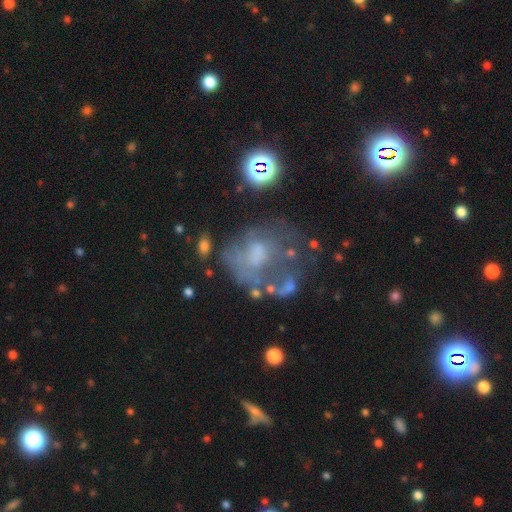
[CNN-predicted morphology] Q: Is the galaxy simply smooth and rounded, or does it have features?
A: featured or disk — 52%.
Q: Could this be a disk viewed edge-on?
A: no — 97%.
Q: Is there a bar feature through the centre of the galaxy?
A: no — 82%.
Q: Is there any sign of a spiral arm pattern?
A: no — 71%.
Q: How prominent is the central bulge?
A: none — 41%.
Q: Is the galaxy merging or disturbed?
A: none — 38%.